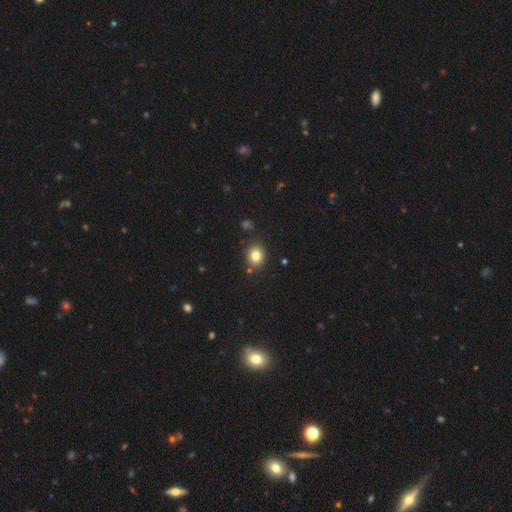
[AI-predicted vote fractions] Smooth or featured: smooth — 82% (star or artifact — 11%)
How rounded: round — 61% (in between — 38%)
Merging: none — 84% (minor disturbance — 10%)